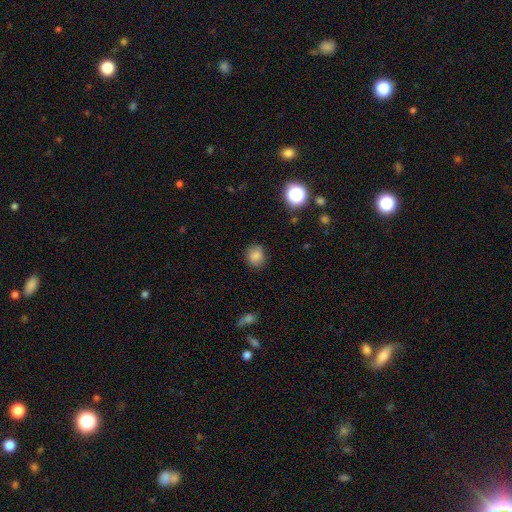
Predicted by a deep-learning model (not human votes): Overall: smooth (84%). How rounded: round (74%). Merging: none (84%).